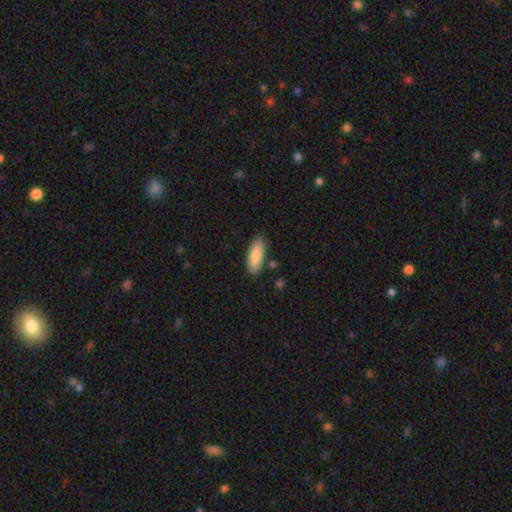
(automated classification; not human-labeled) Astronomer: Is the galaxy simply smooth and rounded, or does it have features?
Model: smooth — 84%.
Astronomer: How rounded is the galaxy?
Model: in between — 66%.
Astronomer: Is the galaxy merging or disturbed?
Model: none — 83%.